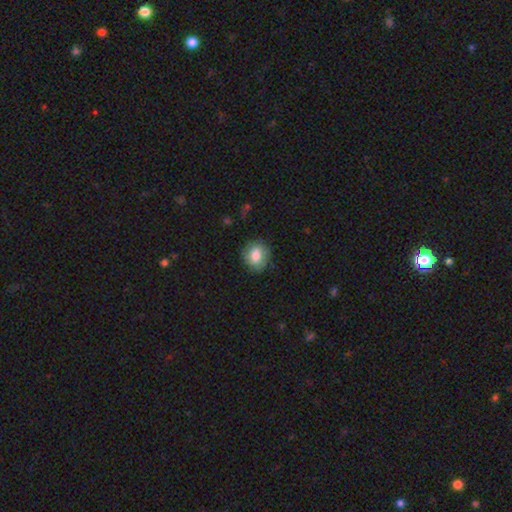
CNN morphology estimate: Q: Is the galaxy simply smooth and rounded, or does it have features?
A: smooth — 78%.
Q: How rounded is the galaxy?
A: round — 68%.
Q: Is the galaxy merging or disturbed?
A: none — 81%.